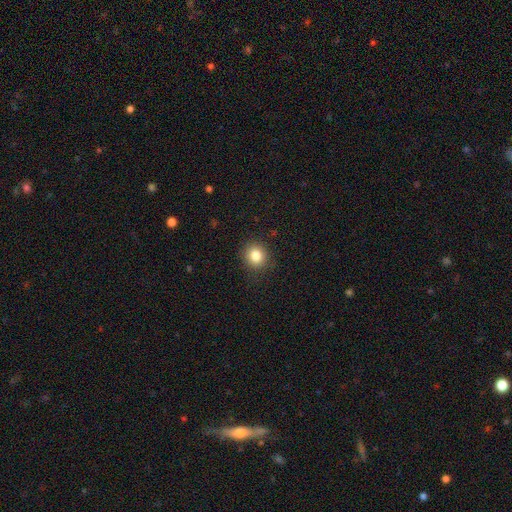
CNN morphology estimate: The model was most divided on "smooth or featured": smooth: 83%, star or artifact: 11%, featured or disk: 6%. More confident: merging — none (89%); how rounded — round (88%).